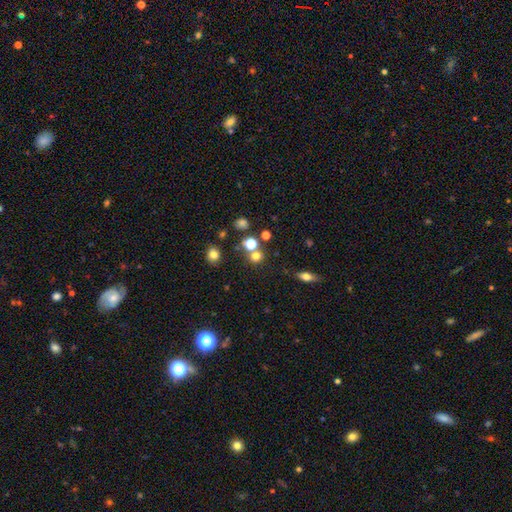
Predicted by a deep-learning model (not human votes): Smooth or featured: smooth — 71% (star or artifact — 21%)
How rounded: round — 86% (in between — 13%)
Merging: none — 64% (merger — 24%)